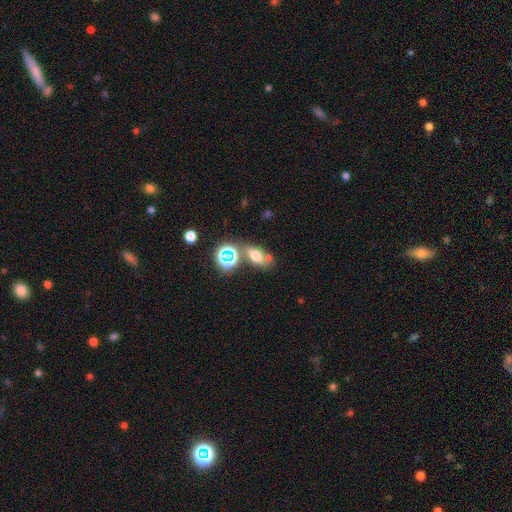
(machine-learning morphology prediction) Smooth or featured? Predicted: smooth (p=0.60). How rounded? Predicted: in between (p=0.75). Merging? Predicted: none (p=0.55).